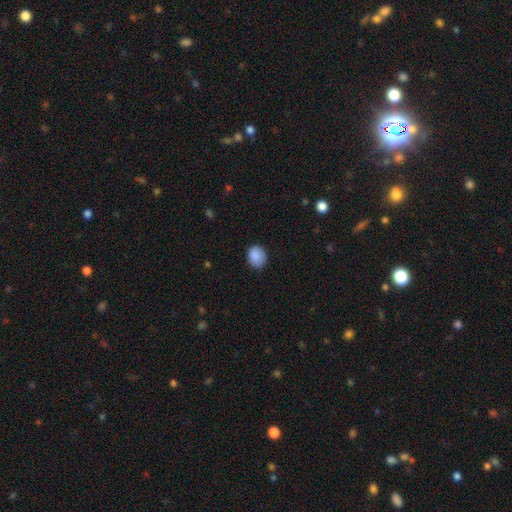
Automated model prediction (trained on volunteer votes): smooth-or-featured: smooth: 88% | star or artifact: 8% | featured or disk: 4%
  how-rounded: round: 65% | in between: 34% | cigar-shaped: 1%
  merging: none: 81% | minor disturbance: 15% | major disturbance: 3% | merger: 1%